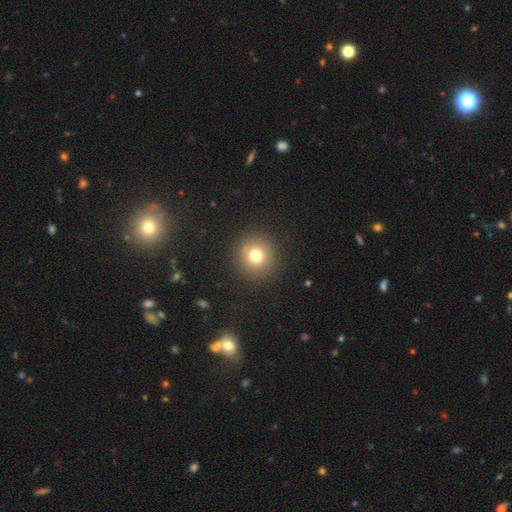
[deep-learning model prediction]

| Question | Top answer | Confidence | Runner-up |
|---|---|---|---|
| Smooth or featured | smooth | 76% | star or artifact (13%) |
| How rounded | round | 92% | in between (7%) |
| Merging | none | 90% | minor disturbance (6%) |